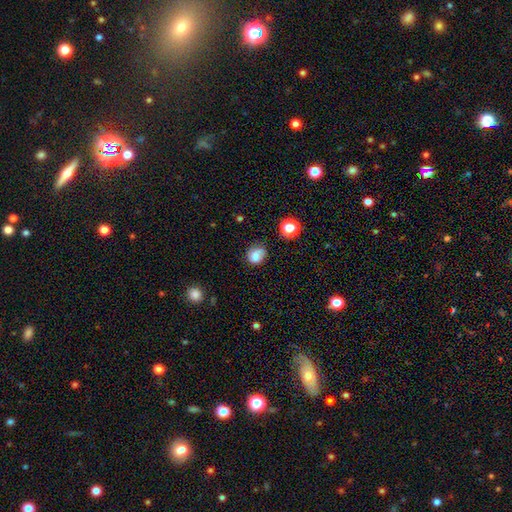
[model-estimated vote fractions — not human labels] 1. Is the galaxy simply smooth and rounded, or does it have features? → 73% smooth, 15% featured or disk, 12% star or artifact.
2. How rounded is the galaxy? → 64% round, 35% in between, 1% cigar-shaped.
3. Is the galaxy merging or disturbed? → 57% none, 27% minor disturbance, 11% major disturbance, 5% merger.